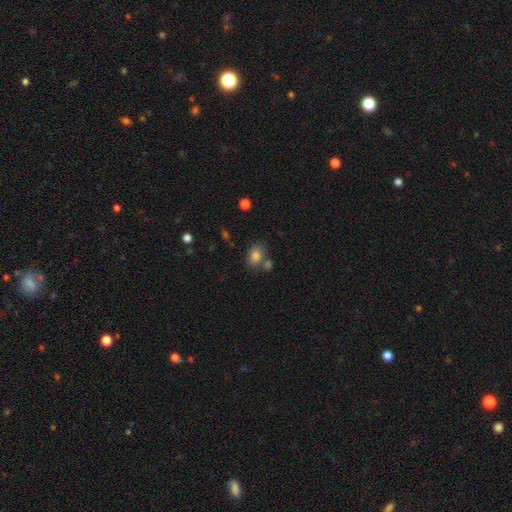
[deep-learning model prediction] A smooth galaxy with no disk features (82%) that is in between round and cigar-shaped (77%). Merging: none (58%).